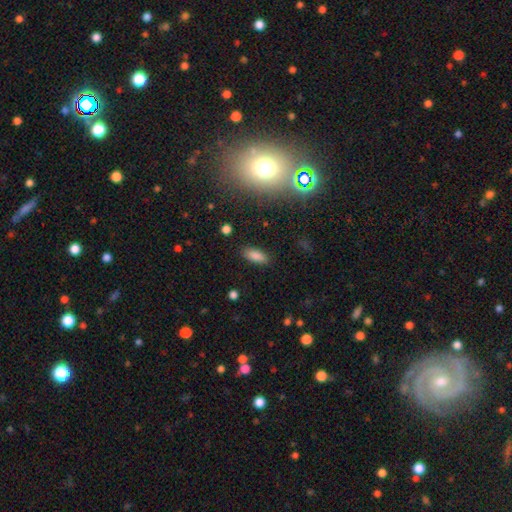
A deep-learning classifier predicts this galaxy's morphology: smooth-or-featured: smooth: 85% | star or artifact: 10% | featured or disk: 6%
  how-rounded: in between: 84% | cigar-shaped: 13% | round: 2%
  merging: none: 87% | minor disturbance: 9% | major disturbance: 3% | merger: 1%